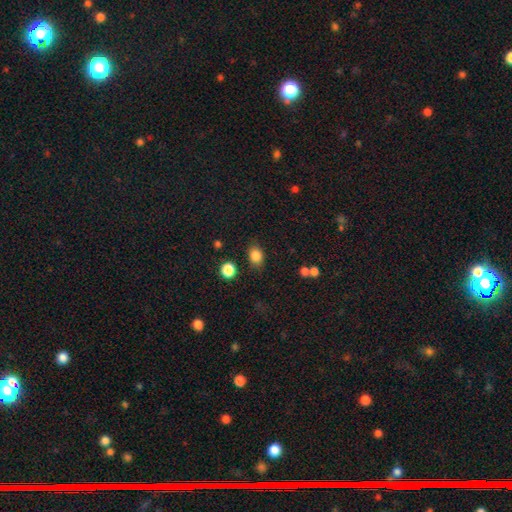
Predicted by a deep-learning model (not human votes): A smooth galaxy with no disk features (85%) that is in between round and cigar-shaped (62%). Merging: none (81%).